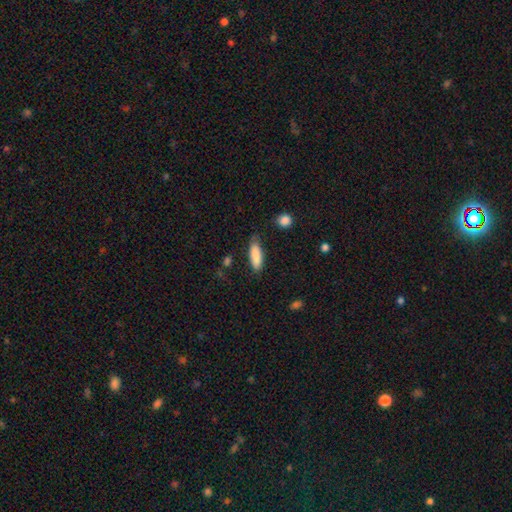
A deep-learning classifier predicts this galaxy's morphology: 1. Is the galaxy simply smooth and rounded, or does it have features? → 87% smooth, 7% featured or disk, 6% star or artifact.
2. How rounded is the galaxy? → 61% in between, 37% cigar-shaped, 2% round.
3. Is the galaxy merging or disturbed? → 70% none, 22% minor disturbance, 5% major disturbance, 3% merger.